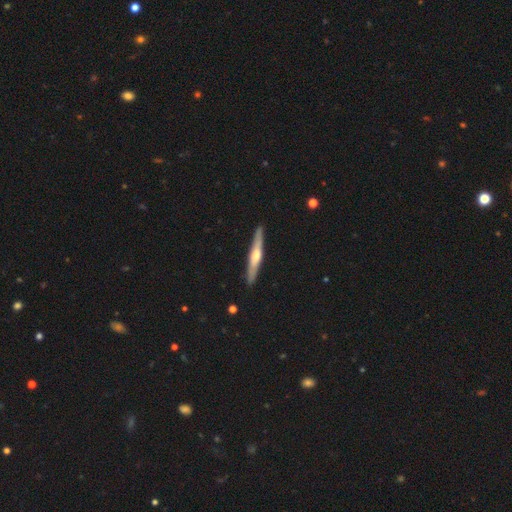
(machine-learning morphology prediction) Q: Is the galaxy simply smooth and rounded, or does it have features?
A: featured or disk — 65%.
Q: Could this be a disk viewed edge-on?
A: yes — 96%.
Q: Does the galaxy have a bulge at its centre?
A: rounded — 80%.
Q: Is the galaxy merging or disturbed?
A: none — 91%.